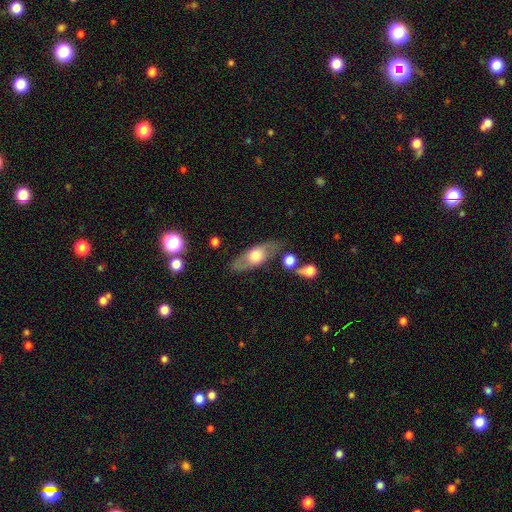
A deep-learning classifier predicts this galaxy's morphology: Smooth or featured: smooth — 53% (featured or disk — 41%)
How rounded: in between — 71% (cigar-shaped — 23%)
Merging: none — 75% (minor disturbance — 15%)